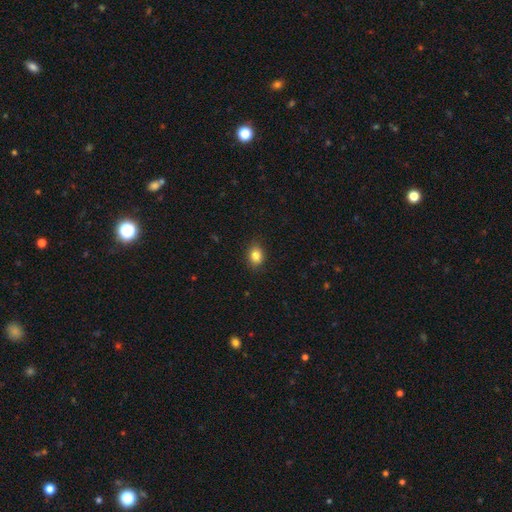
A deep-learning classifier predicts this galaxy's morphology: This appears to be a smooth galaxy with no disk features (85%) that is in between round and cigar-shaped (60%). Merging: none (87%).